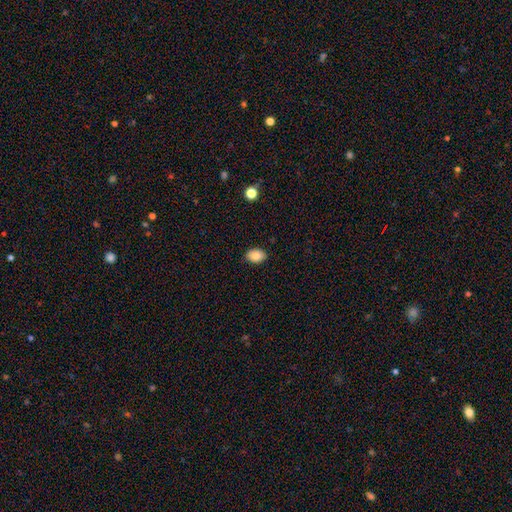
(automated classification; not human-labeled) Overall: smooth (84%). How rounded: in between (78%). Merging: none (88%).